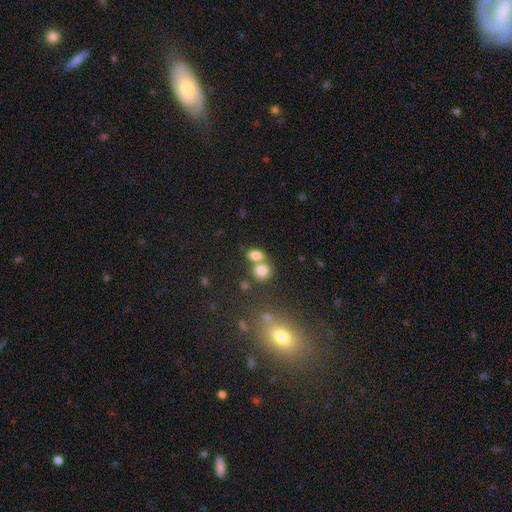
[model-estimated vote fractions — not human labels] Smooth or featured? smooth (77%)
How rounded? in between (66%)
Merging? merger (45%)